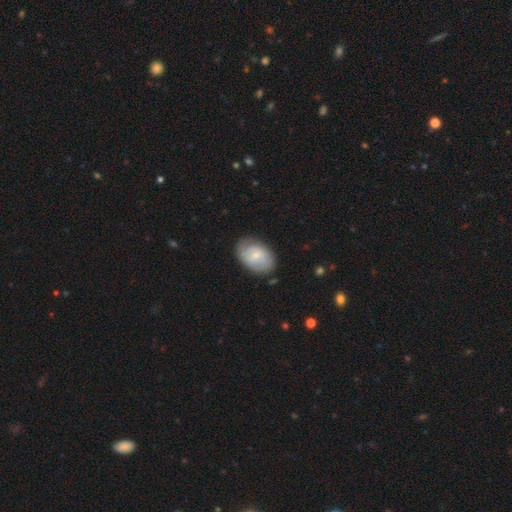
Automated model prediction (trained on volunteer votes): Q: Smooth or featured?
A: smooth (58%); runner-up: featured or disk (36%)
Q: How rounded?
A: in between (84%); runner-up: round (15%)
Q: Merging?
A: none (74%); runner-up: minor disturbance (20%)